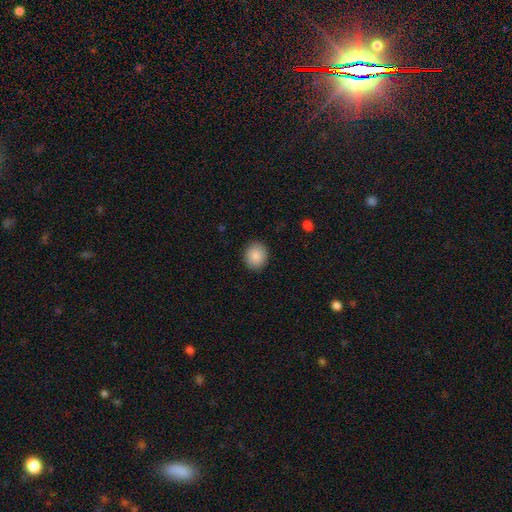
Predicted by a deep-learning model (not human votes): Smooth or featured: smooth — 87% (star or artifact — 8%)
How rounded: round — 76% (in between — 23%)
Merging: none — 91% (minor disturbance — 6%)